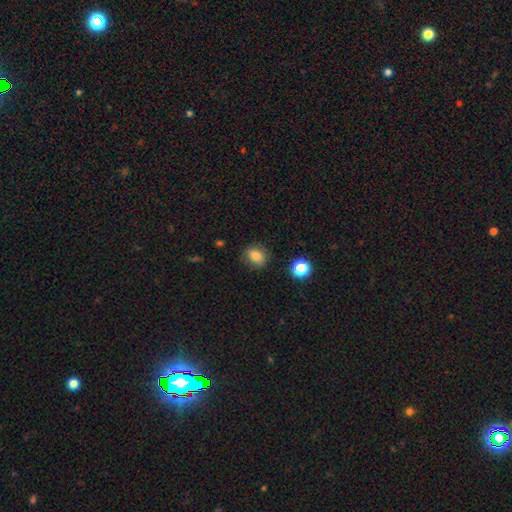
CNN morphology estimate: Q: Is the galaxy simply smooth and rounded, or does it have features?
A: smooth — 81%.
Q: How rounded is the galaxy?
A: in between — 53%.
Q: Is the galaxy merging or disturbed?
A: none — 82%.